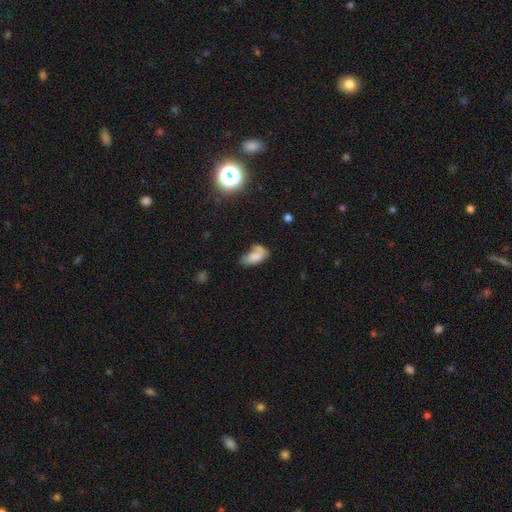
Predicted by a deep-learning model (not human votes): smooth_or_featured: smooth (p=0.74) [alt: featured or disk p=0.15]
how_rounded: in between (p=0.90) [alt: cigar-shaped p=0.05]
merging: none (p=0.35) [alt: merger p=0.26]